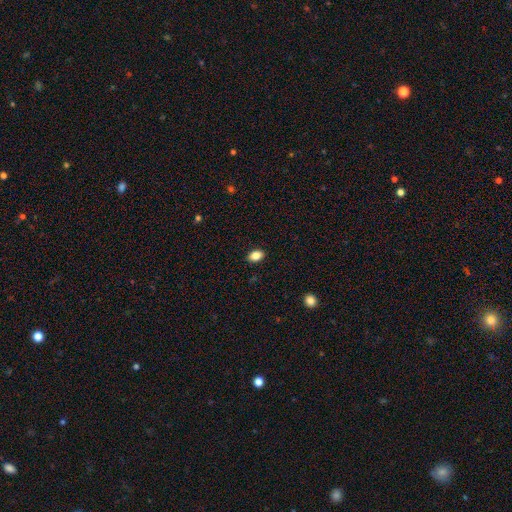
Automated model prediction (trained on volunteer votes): Smooth or featured? Predicted: smooth (p=0.85). How rounded? Predicted: in between (p=0.84). Merging? Predicted: none (p=0.89).